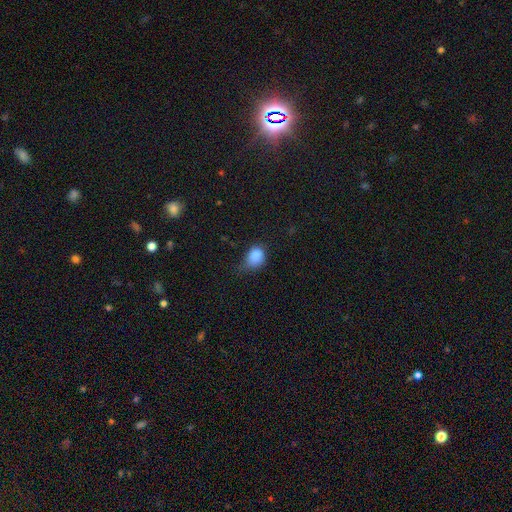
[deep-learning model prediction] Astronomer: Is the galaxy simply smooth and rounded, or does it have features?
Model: smooth — 85%.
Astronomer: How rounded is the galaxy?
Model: in between — 59% (runner-up: round, 40%).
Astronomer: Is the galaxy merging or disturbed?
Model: minor disturbance — 41% (runner-up: none, 40%).